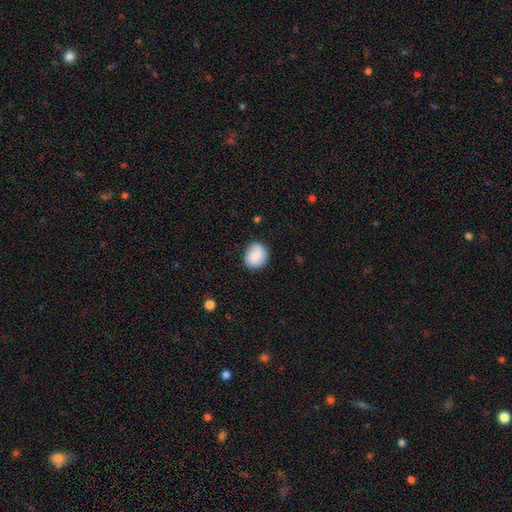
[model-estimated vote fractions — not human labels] Overall: smooth (83%). How rounded: round (80%). Merging: none (79%).